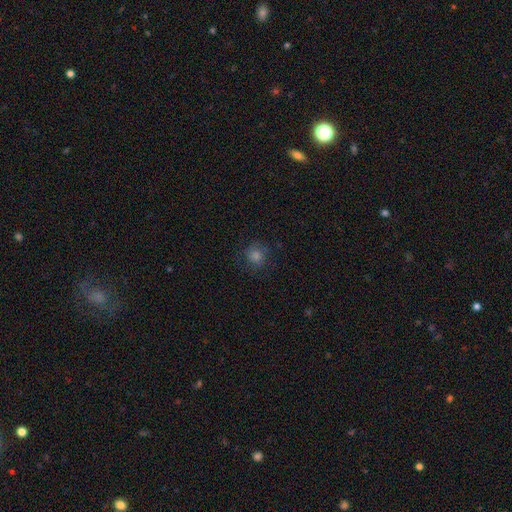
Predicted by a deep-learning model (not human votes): This appears to be a smooth galaxy with no disk features (61%) that is round (90%). Merging: none (81%).